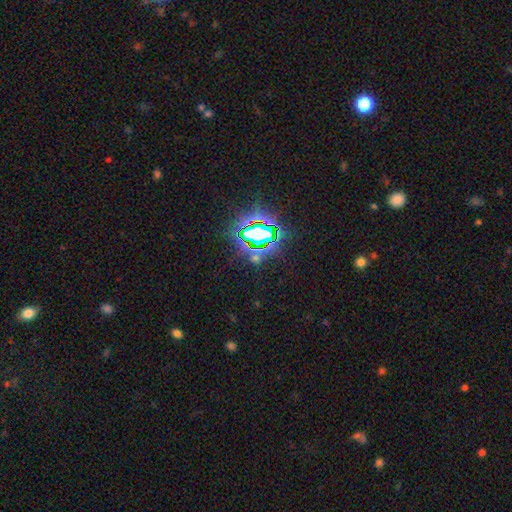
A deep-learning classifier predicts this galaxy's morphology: The model was most divided on "smooth or featured": star or artifact: 78%, smooth: 13%, featured or disk: 9%.